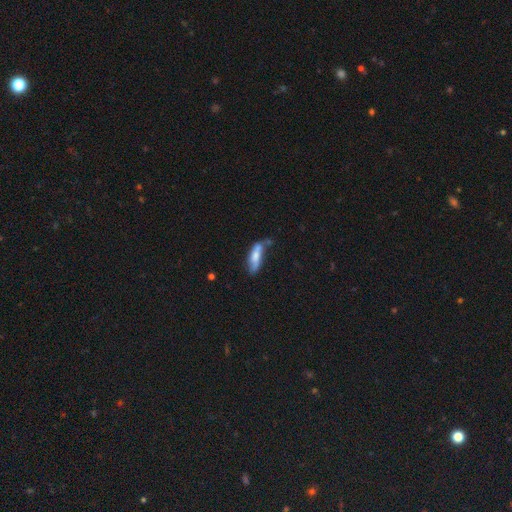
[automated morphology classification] smooth_or_featured: smooth (p=0.61) [alt: featured or disk p=0.31]
how_rounded: in between (p=0.53) [alt: cigar-shaped p=0.45]
merging: none (p=0.35) [alt: minor disturbance p=0.29]